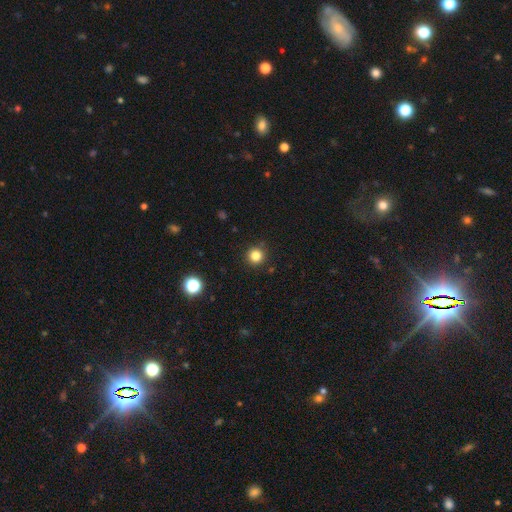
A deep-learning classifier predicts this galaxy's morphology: A smooth galaxy with no disk features (82%) that is round (96%). Merging: none (91%).